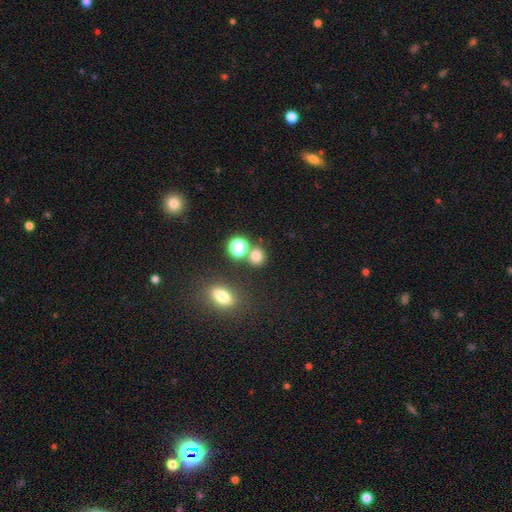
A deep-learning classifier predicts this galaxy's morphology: This is likely a smooth galaxy (76%). How rounded: clearly round (82%). Merging: likely none (72%).